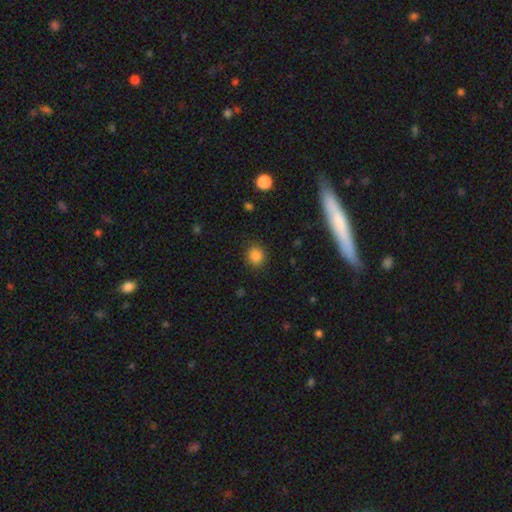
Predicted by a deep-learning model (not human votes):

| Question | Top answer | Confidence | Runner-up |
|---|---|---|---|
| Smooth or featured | smooth | 85% | star or artifact (11%) |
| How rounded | round | 84% | in between (15%) |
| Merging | none | 89% | minor disturbance (7%) |